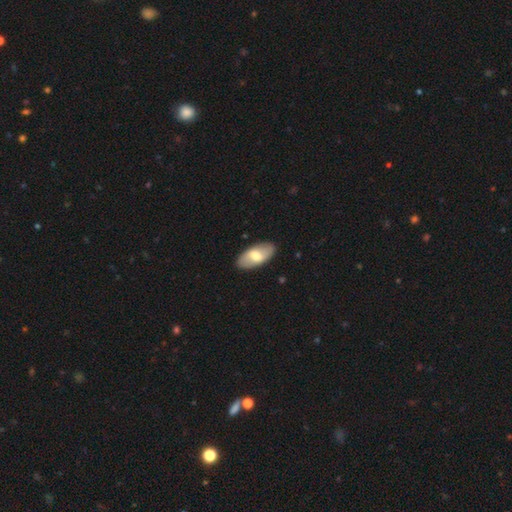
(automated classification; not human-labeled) A smooth galaxy with no disk features (58%) that is in between round and cigar-shaped (92%). Merging: none (89%).